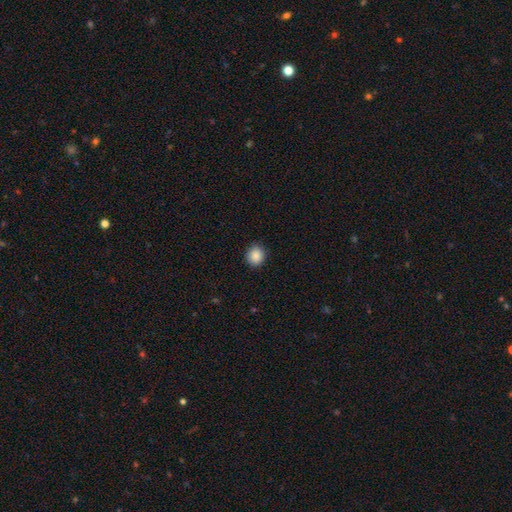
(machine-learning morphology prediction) smooth 88%, star or artifact 9%, featured or disk 3%. Down the decision tree: how rounded — round (78%); merging — none (88%).